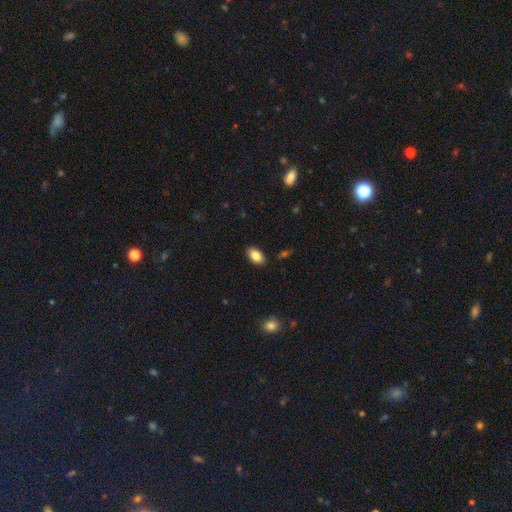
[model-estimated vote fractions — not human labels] Morphology: type=smooth (85%); roundness=in between (92%); merging=none (88%).